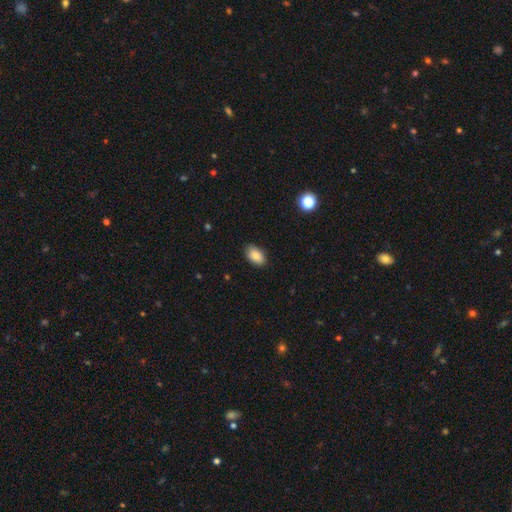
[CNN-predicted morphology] Smooth or featured? Predicted: smooth (p=0.87). How rounded? Predicted: in between (p=0.92). Merging? Predicted: none (p=0.87).